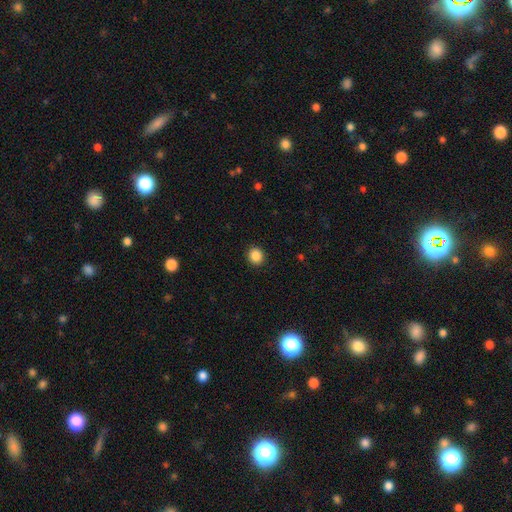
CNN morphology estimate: Smooth or featured?
  - smooth: 88% *
  - star or artifact: 10%
  - featured or disk: 3%
How rounded?
  - round: 85% *
  - in between: 14%
  - cigar-shaped: 1%
Merging?
  - none: 92% *
  - minor disturbance: 5%
  - major disturbance: 2%
  - merger: 1%